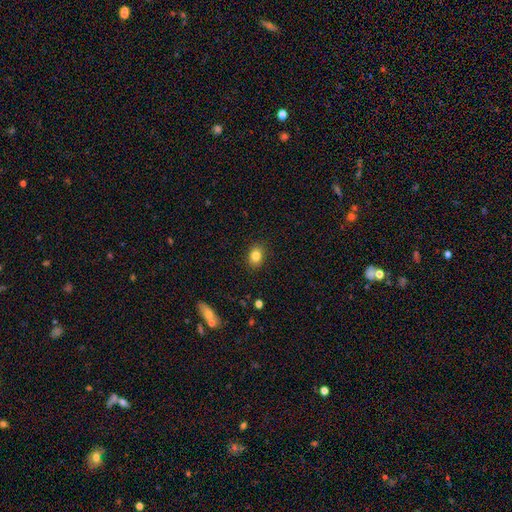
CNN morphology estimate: smooth-or-featured: smooth: 83% | star or artifact: 10% | featured or disk: 7%
  how-rounded: in between: 55% | round: 44% | cigar-shaped: 1%
  merging: none: 88% | minor disturbance: 8% | major disturbance: 2% | merger: 1%